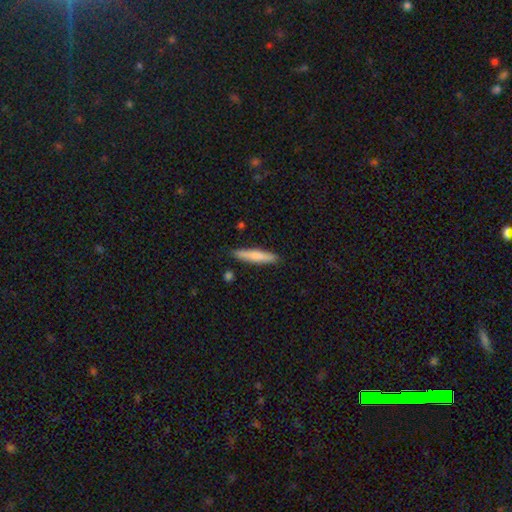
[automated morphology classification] Overall: smooth (73%). How rounded: cigar-shaped (90%). Merging: none (88%).